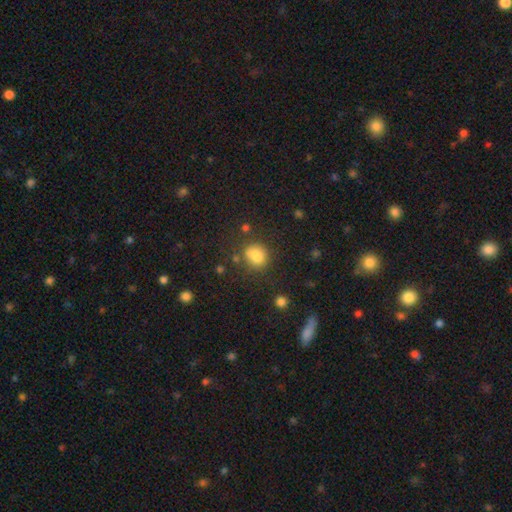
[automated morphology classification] Smooth or featured? smooth (80%)
How rounded? round (64%)
Merging? none (67%)